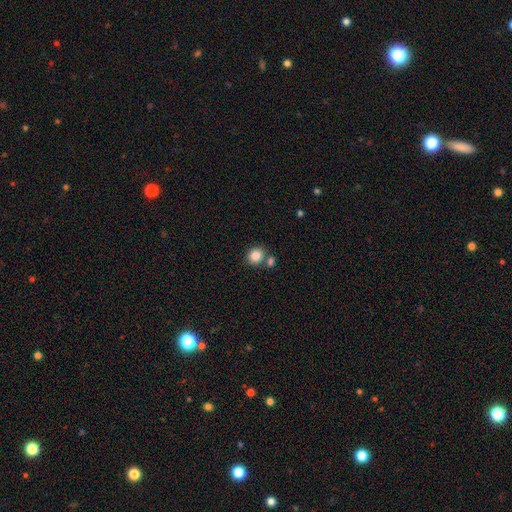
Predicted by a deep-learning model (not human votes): Smooth or featured?
  - smooth: 85% *
  - star or artifact: 10%
  - featured or disk: 5%
How rounded?
  - round: 81% *
  - in between: 18%
  - cigar-shaped: 1%
Merging?
  - none: 66% *
  - merger: 21%
  - minor disturbance: 10%
  - major disturbance: 3%